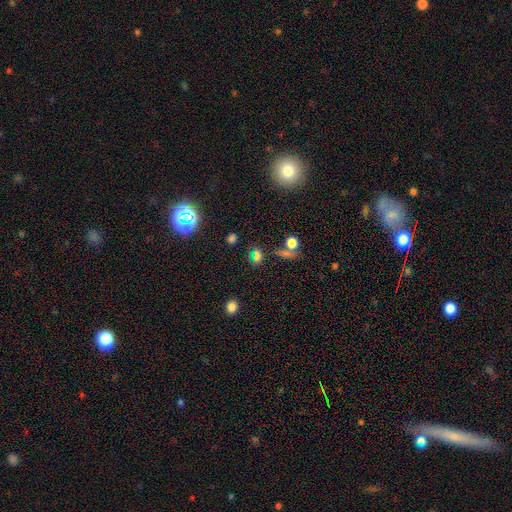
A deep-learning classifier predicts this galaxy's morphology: The model was most divided on "smooth or featured": smooth: 52%, star or artifact: 36%, featured or disk: 12%. More confident: merging — none (64%); how rounded — in between (57%).